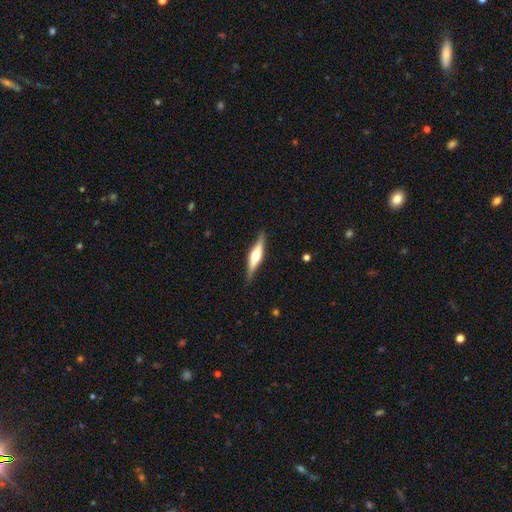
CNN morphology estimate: The model was most divided on "smooth or featured": featured or disk: 65%, smooth: 30%, star or artifact: 5%. More confident: edge-on disk — yes (96%); edge-on bulge — rounded (89%); merging — none (87%).